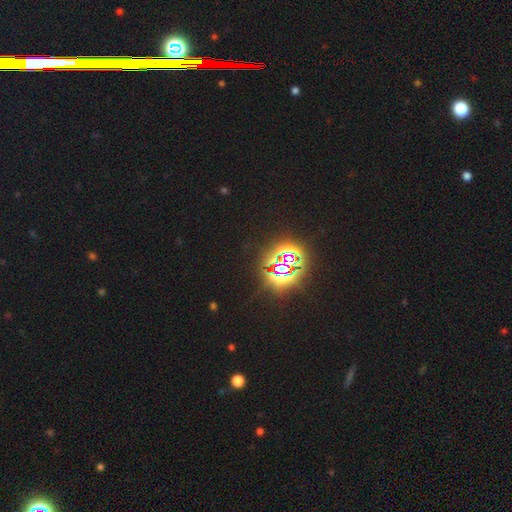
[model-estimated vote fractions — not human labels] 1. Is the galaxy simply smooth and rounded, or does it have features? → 74% star or artifact, 19% smooth, 7% featured or disk.